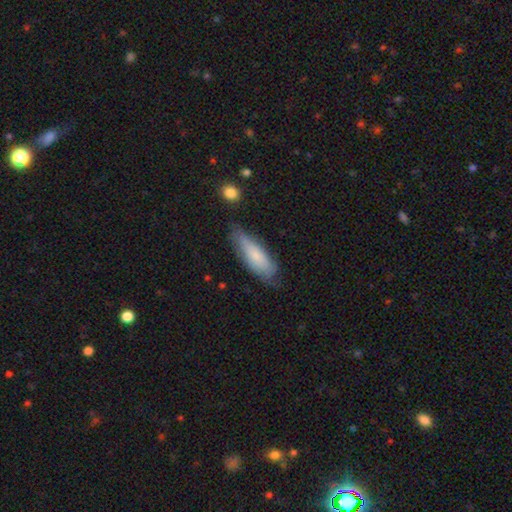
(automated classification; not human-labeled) A smooth galaxy with no disk features (73%) that is in between round and cigar-shaped (50%). Merging: none (65%).